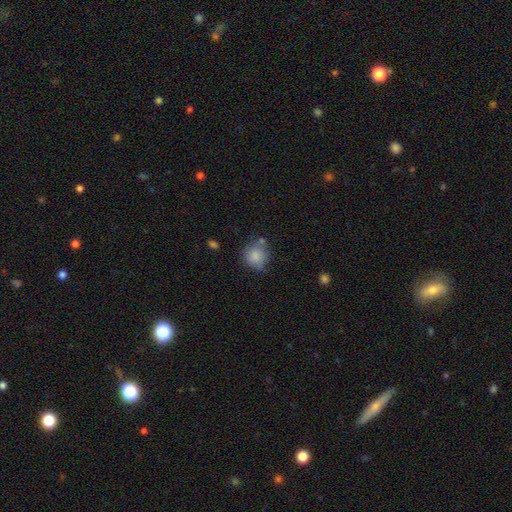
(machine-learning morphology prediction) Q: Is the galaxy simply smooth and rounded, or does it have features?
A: smooth — 82%.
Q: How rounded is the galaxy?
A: round — 77%.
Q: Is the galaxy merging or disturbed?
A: none — 59%.